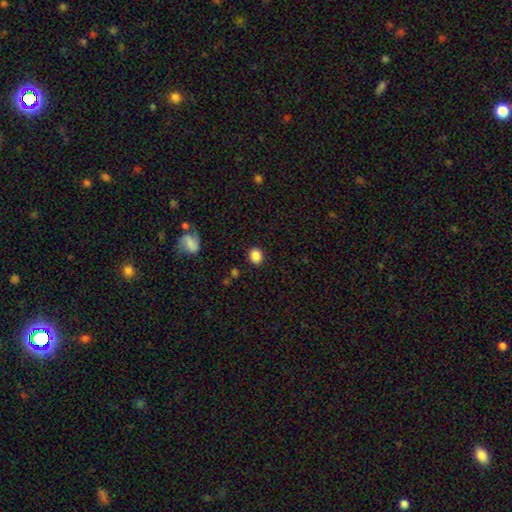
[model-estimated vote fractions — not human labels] Smooth or featured: smooth — 87% (star or artifact — 9%)
How rounded: round — 67% (in between — 32%)
Merging: none — 88% (minor disturbance — 8%)